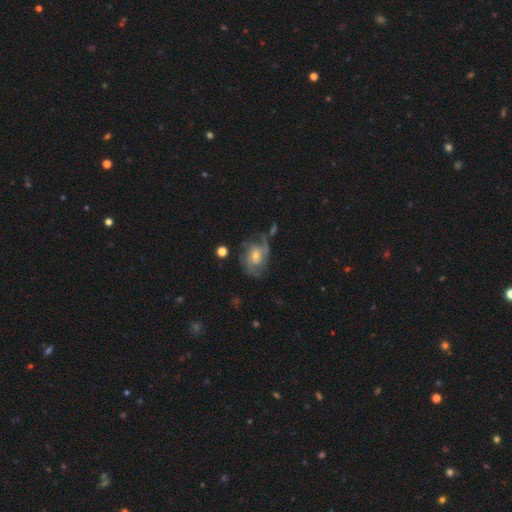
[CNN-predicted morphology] The model was most divided on "spiral winding": medium: 43%, tight: 35%, loose: 22%. Remaining: edge-on disk — no (97%); spiral arms — yes (90%); smooth or featured — featured or disk (76%); bar — no (63%); merging — none (54%); bulge size — moderate (51%); spiral arm count — 2 (42%).